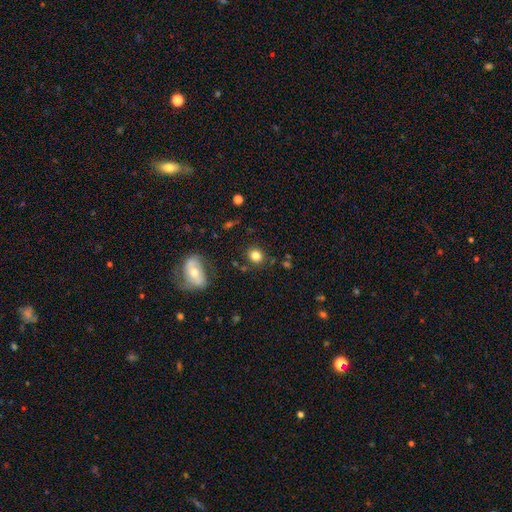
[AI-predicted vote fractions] A smooth galaxy with no disk features (81%) that is round (75%).

Vote fractions:
- Smooth or featured? smooth: 81% / star or artifact: 11% / featured or disk: 8%
- How rounded? round: 75% / in between: 24% / cigar-shaped: 1%
- Merging? none: 83% / minor disturbance: 10% / major disturbance: 3% / merger: 3%